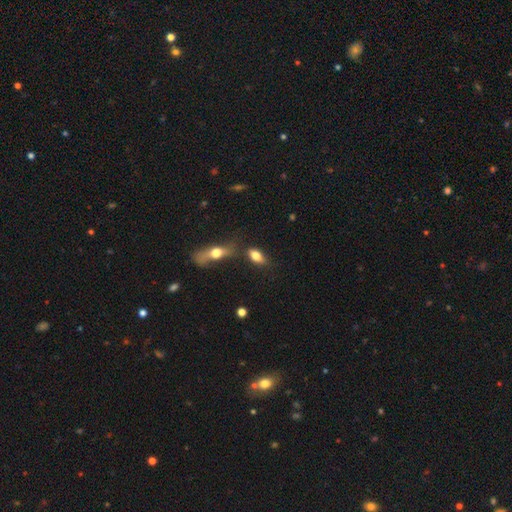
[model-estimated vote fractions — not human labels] smooth 74%, featured or disk 18%, star or artifact 9%. Down the decision tree: how rounded — in between (81%); merging — none (62%).